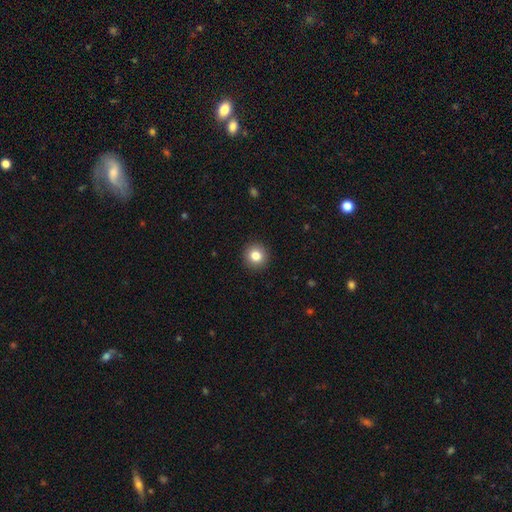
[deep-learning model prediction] smooth 82%, star or artifact 10%, featured or disk 7%. Down the decision tree: how rounded — round (94%); merging — none (92%).